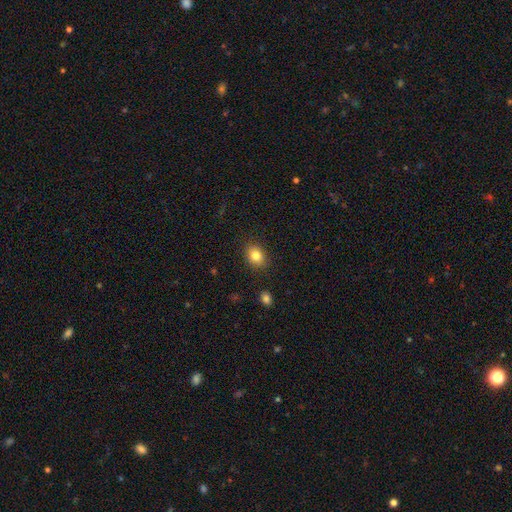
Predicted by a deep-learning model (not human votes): A smooth galaxy with no disk features (82%) that is in between round and cigar-shaped (56%).

Vote fractions:
- Smooth or featured? smooth: 82% / star or artifact: 10% / featured or disk: 8%
- How rounded? in between: 56% / round: 43% / cigar-shaped: 1%
- Merging? none: 87% / minor disturbance: 9% / major disturbance: 2% / merger: 1%